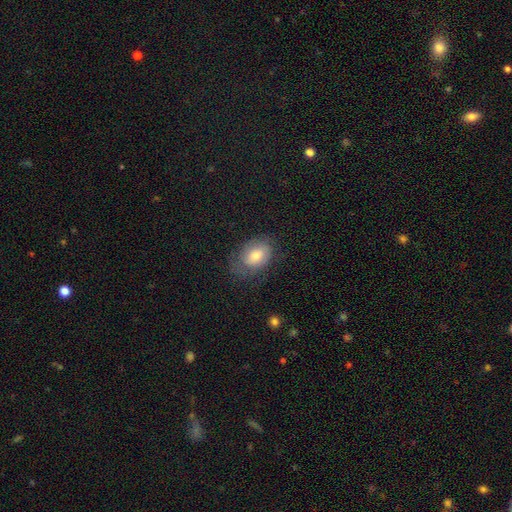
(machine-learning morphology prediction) The model was most divided on "smooth or featured": smooth: 60%, featured or disk: 30%, star or artifact: 9%. More confident: how rounded — in between (81%); merging — none (63%).